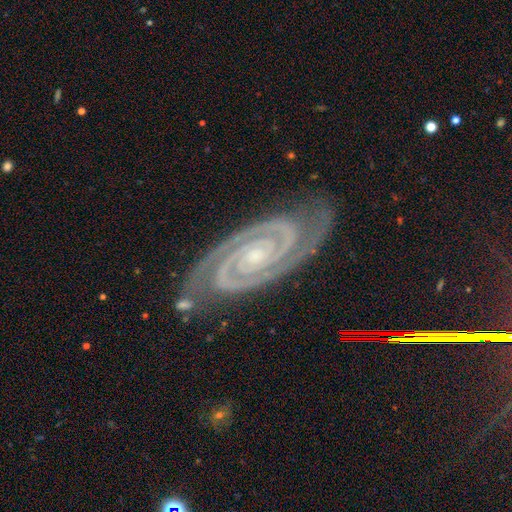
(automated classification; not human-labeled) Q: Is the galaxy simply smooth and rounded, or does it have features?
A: featured or disk — 93%.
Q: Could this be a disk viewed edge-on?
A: no — 98%.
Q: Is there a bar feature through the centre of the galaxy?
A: no — 65%.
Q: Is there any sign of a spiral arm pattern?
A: yes — 99%.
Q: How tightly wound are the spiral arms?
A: tight — 81%.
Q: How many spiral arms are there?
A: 2 — 92%.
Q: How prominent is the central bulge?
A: small — 76%.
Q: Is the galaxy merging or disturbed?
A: none — 82%.